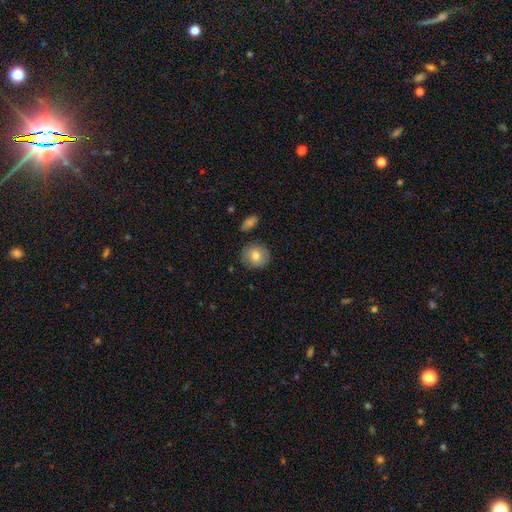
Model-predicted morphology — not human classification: smooth 78%, featured or disk 15%, star or artifact 8%. Down the decision tree: how rounded — round (87%); merging — none (83%).